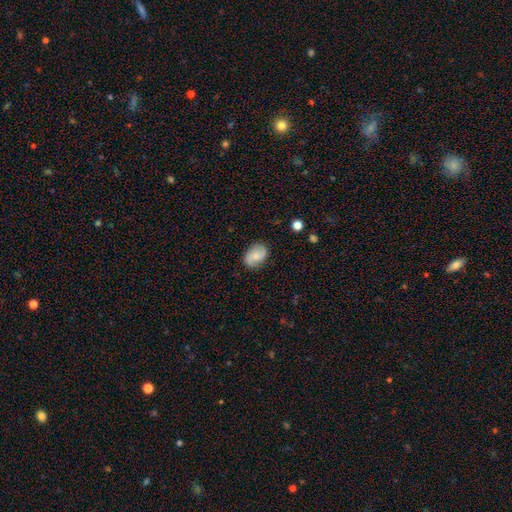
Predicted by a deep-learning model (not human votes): This is possibly a featured or disk galaxy (47%). Merging: likely none (80%).